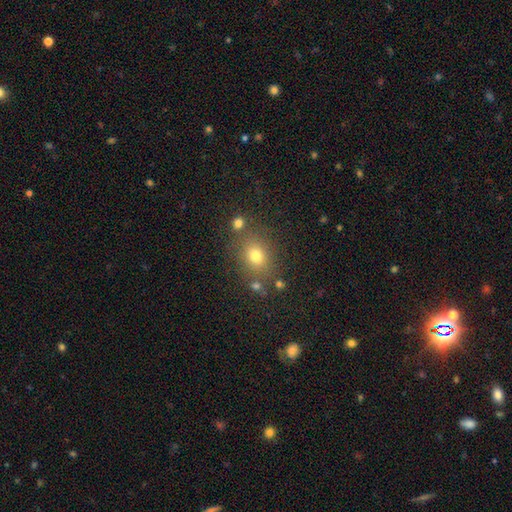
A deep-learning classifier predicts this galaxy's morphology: This is likely a smooth galaxy (72%). How rounded: possibly round (52%). Merging: likely none (75%).